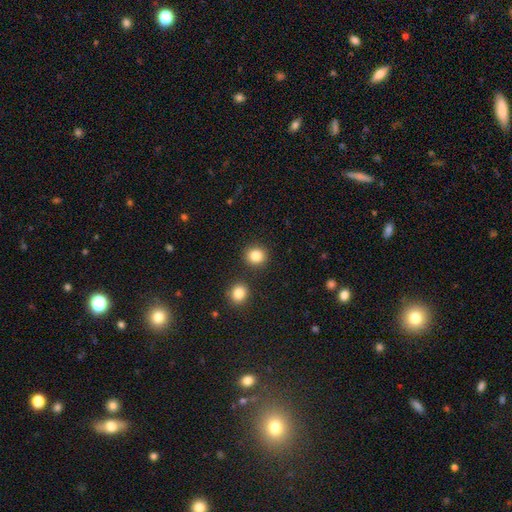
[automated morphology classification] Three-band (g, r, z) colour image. It shows a smooth galaxy with no disk features (85%) that is round (88%). Merging: none (87%).